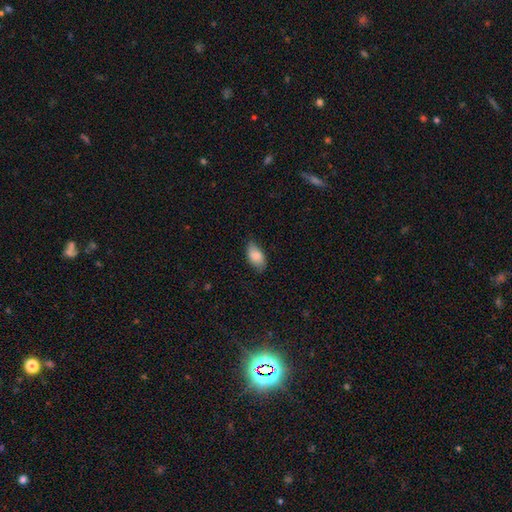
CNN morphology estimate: Smooth or featured: smooth — 83% (featured or disk — 10%)
How rounded: in between — 92% (round — 5%)
Merging: none — 72% (minor disturbance — 23%)